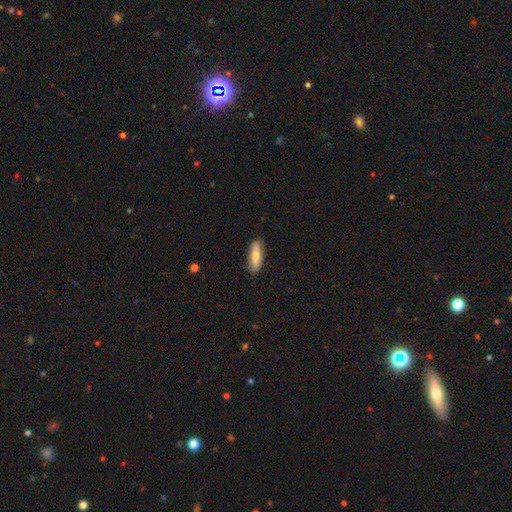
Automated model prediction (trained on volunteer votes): Smooth or featured?
  - smooth: 62% *
  - featured or disk: 32%
  - star or artifact: 6%
How rounded?
  - cigar-shaped: 55% *
  - in between: 42%
  - round: 2%
Merging?
  - none: 87% *
  - minor disturbance: 10%
  - major disturbance: 2%
  - merger: 1%